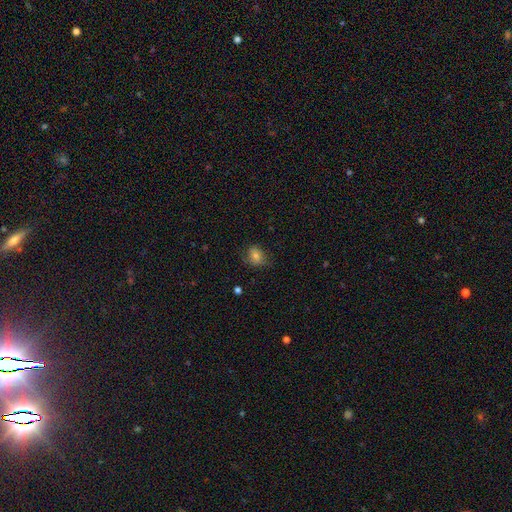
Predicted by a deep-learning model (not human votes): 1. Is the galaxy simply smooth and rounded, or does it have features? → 73% smooth, 14% featured or disk, 13% star or artifact.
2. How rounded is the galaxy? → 53% round, 46% in between, 1% cigar-shaped.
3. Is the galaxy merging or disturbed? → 72% none, 21% minor disturbance, 6% major disturbance, 1% merger.